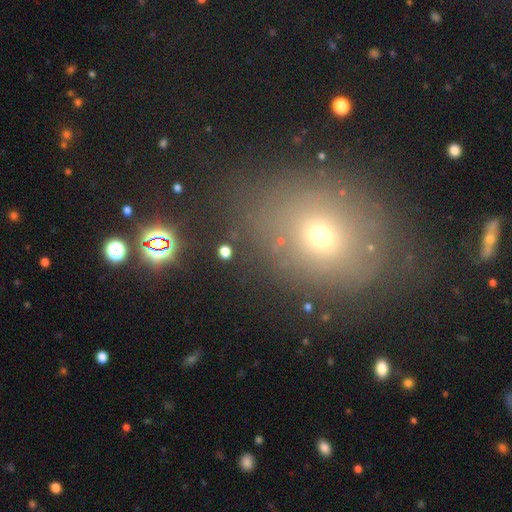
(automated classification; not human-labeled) The model was most divided on "how rounded" (2-way tie): in between: 49%, round: 49%, cigar-shaped: 1%. More confident: merging — none (79%); smooth or featured — smooth (60%).